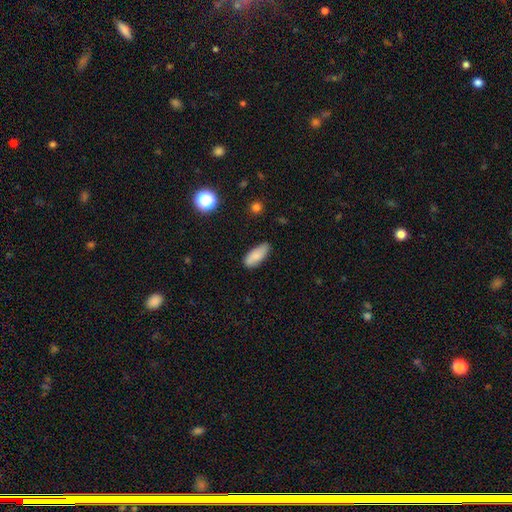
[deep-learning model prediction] Morphology: type=smooth (83%); roundness=in between (79%); merging=none (78%).